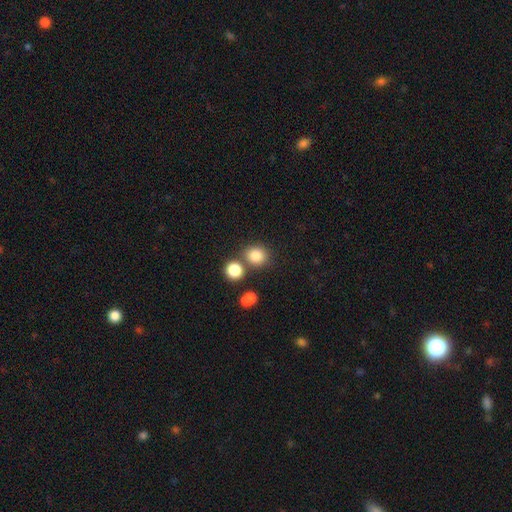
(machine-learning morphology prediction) Smooth or featured?
  - smooth: 81% *
  - star or artifact: 13%
  - featured or disk: 6%
How rounded?
  - round: 83% *
  - in between: 16%
  - cigar-shaped: 1%
Merging?
  - none: 71% *
  - merger: 17%
  - minor disturbance: 9%
  - major disturbance: 3%